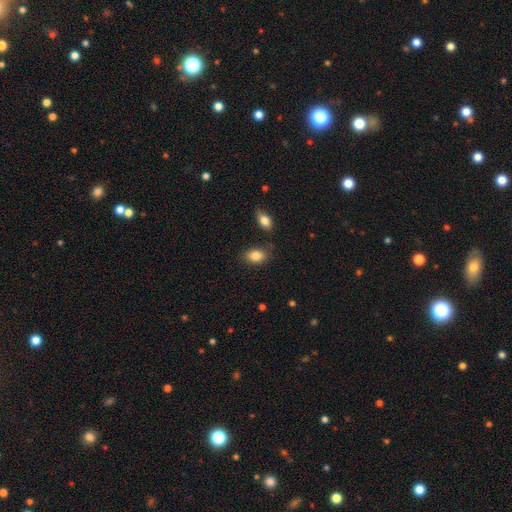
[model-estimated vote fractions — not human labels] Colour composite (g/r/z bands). It shows a smooth galaxy with no disk features (84%) that is in between round and cigar-shaped (85%). Merging: none (78%).